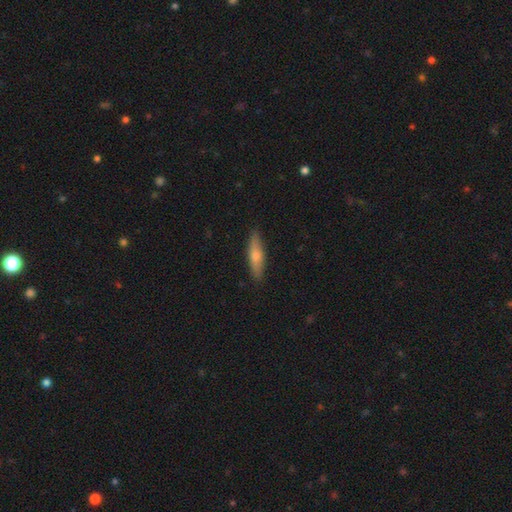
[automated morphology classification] This appears to be a smooth galaxy with no disk features (63%) that is cigar-shaped (73%). Merging: none (88%).